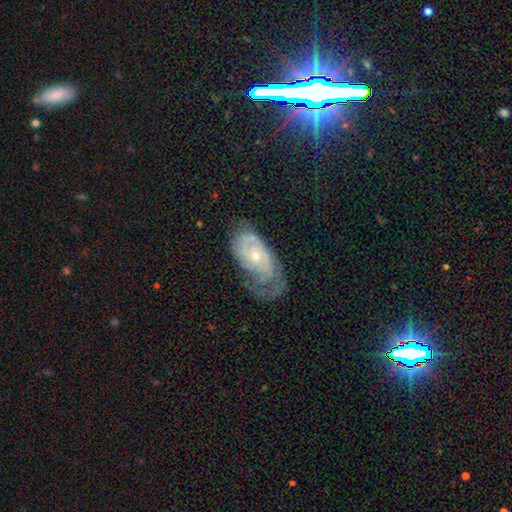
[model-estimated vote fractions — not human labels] This appears to be a featured or disk galaxy (79%) with no bar (76%), 2 (38%) tight (61%) spiral arms (90%) and a small central bulge (62%). Merging: none (44%).